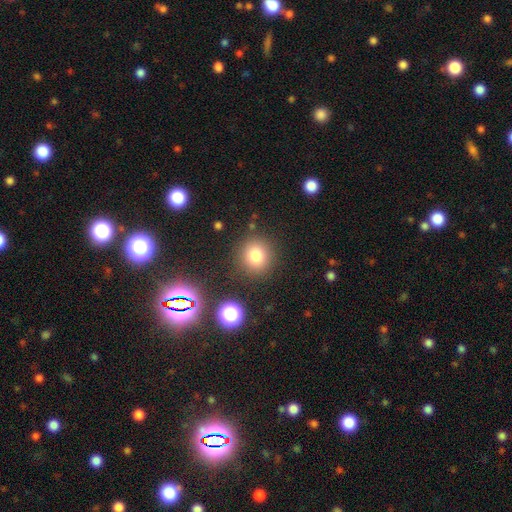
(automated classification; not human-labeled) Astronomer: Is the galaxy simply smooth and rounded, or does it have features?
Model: smooth — 79%.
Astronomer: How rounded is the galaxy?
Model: round — 86%.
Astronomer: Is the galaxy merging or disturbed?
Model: none — 85%.